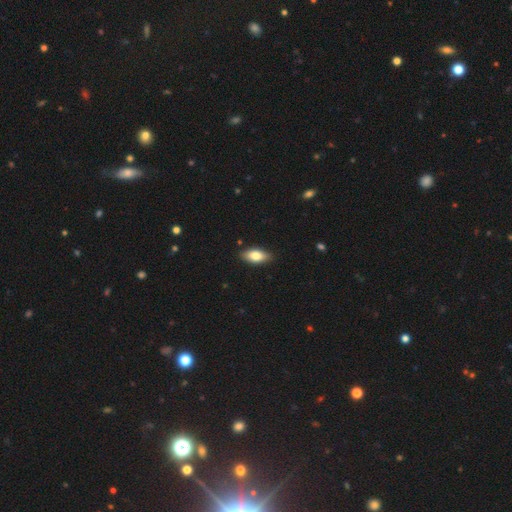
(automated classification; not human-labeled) This appears to be a smooth galaxy with no disk features (79%) that is in between round and cigar-shaped (89%). Merging: none (88%).